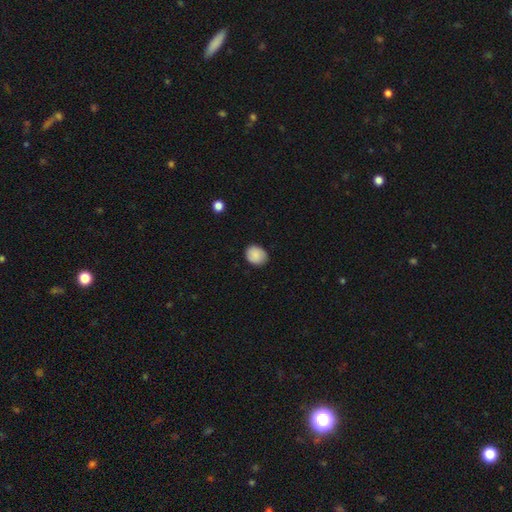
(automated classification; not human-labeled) Q: Smooth or featured?
A: smooth (87%); runner-up: star or artifact (7%)
Q: How rounded?
A: round (60%); runner-up: in between (39%)
Q: Merging?
A: none (84%); runner-up: minor disturbance (13%)